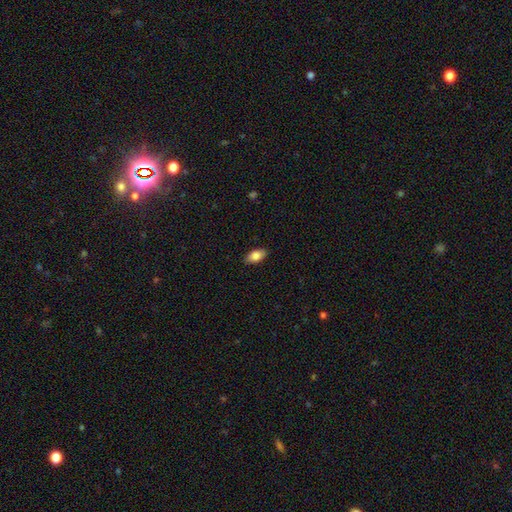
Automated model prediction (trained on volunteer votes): smooth-or-featured: smooth: 83% | featured or disk: 11% | star or artifact: 7%
  how-rounded: in between: 91% | cigar-shaped: 5% | round: 3%
  merging: none: 88% | minor disturbance: 9% | major disturbance: 2% | merger: 1%